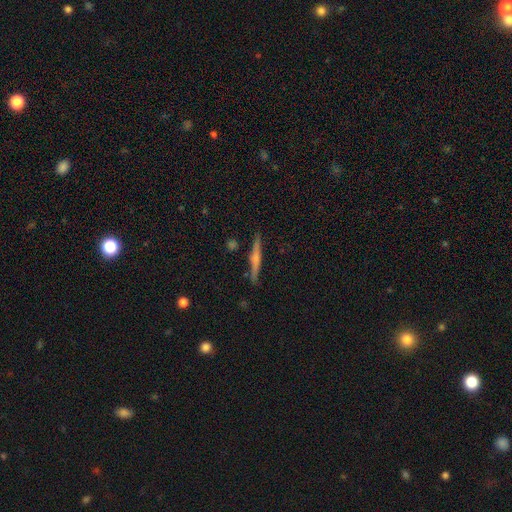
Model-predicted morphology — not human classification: smooth_or_featured: featured or disk (p=0.67) [alt: smooth p=0.26]
disk_edge_on: yes (p=0.98) [alt: no p=0.02]
edge_on_bulge: rounded (p=0.66) [alt: none p=0.21]
merging: none (p=0.90) [alt: minor disturbance p=0.07]